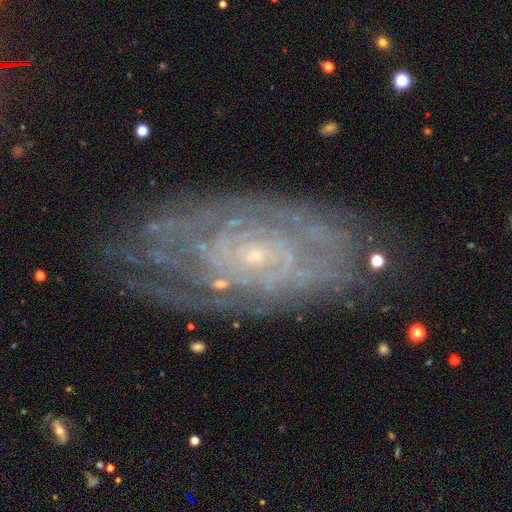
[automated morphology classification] smooth_or_featured: featured or disk (p=0.81) [alt: smooth p=0.10]
disk_edge_on: no (p=0.93) [alt: yes p=0.07]
bar: no (p=0.73) [alt: weak p=0.21]
has_spiral_arms: yes (p=0.90) [alt: no p=0.10]
spiral_winding: tight (p=0.77) [alt: medium p=0.18]
spiral_arm_count: can't tell (p=0.53) [alt: 2 p=0.12]
bulge_size: small (p=0.84) [alt: moderate p=0.10]
merging: none (p=0.77) [alt: minor disturbance p=0.16]